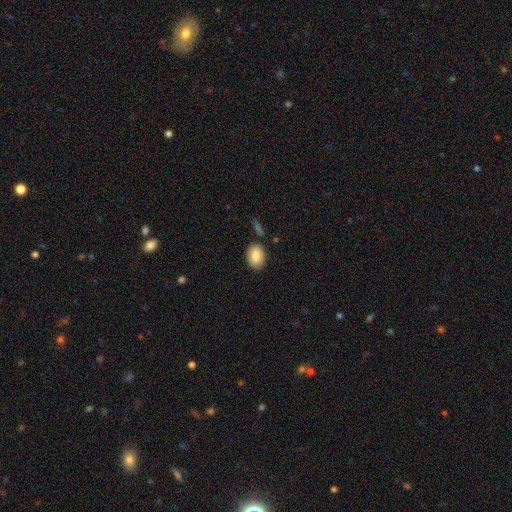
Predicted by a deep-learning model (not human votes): The model was most divided on "how rounded": in between: 79%, round: 20%, cigar-shaped: 1%. More confident: smooth or featured — smooth (83%); merging — none (83%).